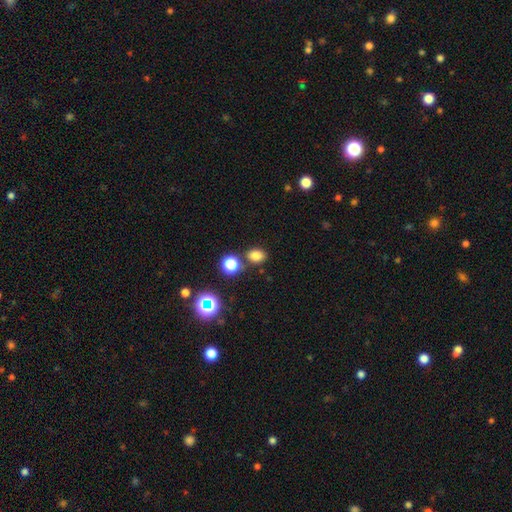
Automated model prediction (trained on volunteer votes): This appears to be a smooth galaxy with no disk features (77%) that is in between round and cigar-shaped (58%). Merging: none (76%).